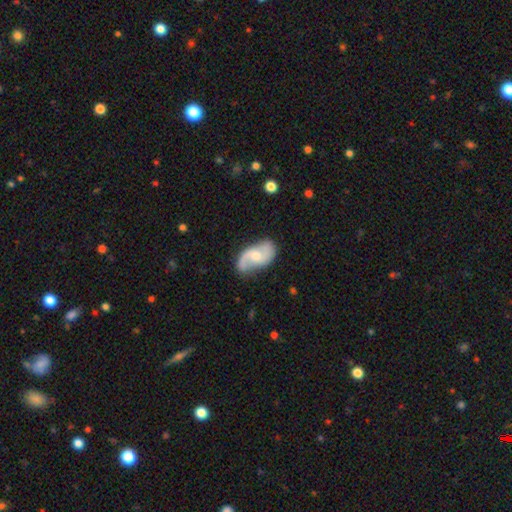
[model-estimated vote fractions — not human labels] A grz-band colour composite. It shows a featured or disk galaxy (78%) with no bar (52%), 2 (87%) loose (50%) spiral arms (94%) and a moderate central bulge (50%). Merging: none (69%).